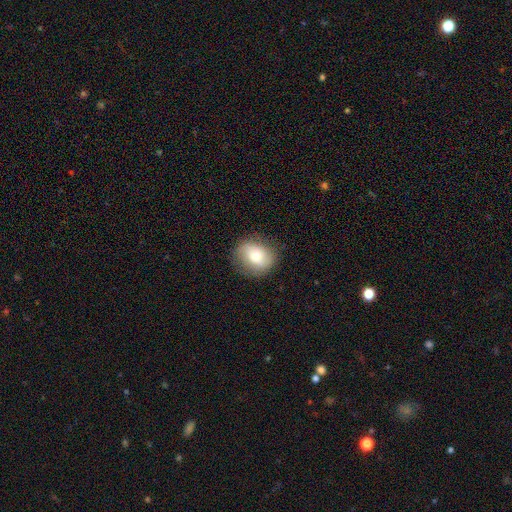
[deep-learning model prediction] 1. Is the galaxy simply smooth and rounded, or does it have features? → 63% smooth, 28% featured or disk, 9% star or artifact.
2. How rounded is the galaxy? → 62% round, 37% in between, 1% cigar-shaped.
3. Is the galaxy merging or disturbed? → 81% none, 14% minor disturbance, 4% major disturbance, 1% merger.